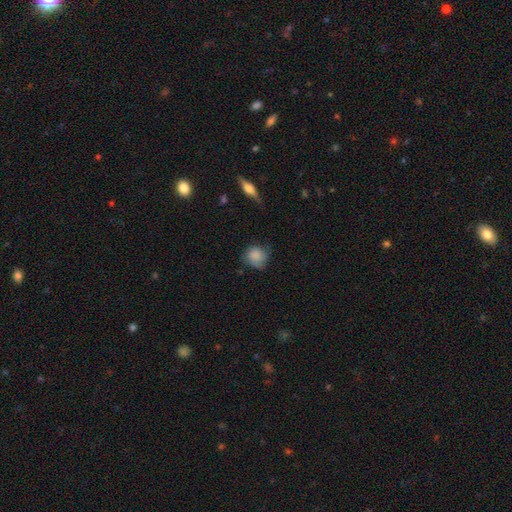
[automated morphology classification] Smooth or featured?
  - smooth: 82% *
  - featured or disk: 10%
  - star or artifact: 8%
How rounded?
  - round: 84% *
  - in between: 15%
  - cigar-shaped: 1%
Merging?
  - none: 60% *
  - minor disturbance: 30%
  - major disturbance: 8%
  - merger: 2%